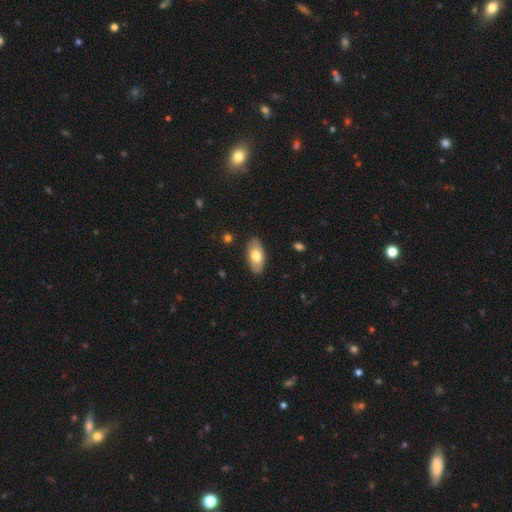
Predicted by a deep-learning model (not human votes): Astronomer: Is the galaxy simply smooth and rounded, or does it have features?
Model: smooth — 70%.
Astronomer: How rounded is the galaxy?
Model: in between — 93%.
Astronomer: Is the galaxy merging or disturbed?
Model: none — 87%.